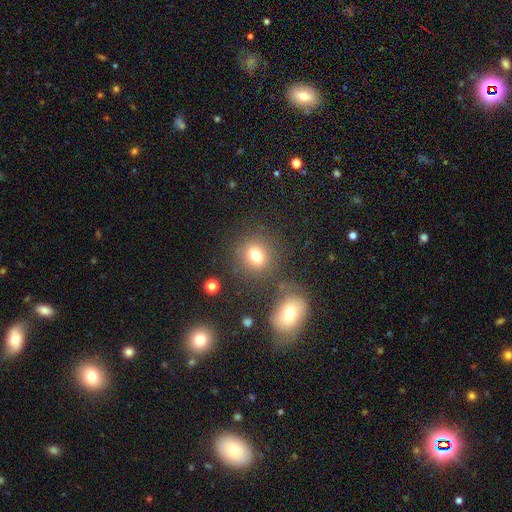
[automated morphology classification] The model was most divided on "how rounded": round: 67%, in between: 32%, cigar-shaped: 1%. More confident: smooth or featured — smooth (78%); merging — none (77%).